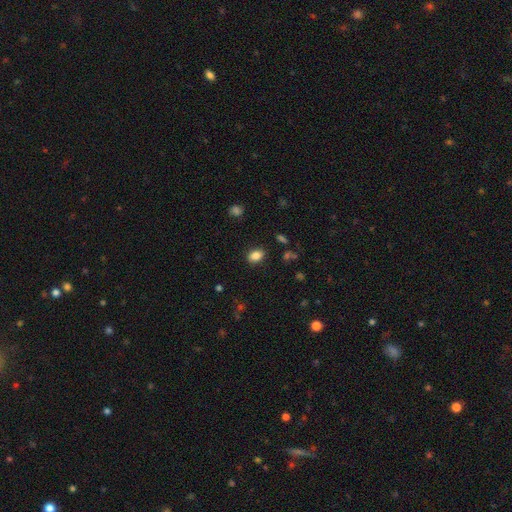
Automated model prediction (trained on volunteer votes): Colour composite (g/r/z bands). It shows a smooth galaxy with no disk features (84%) that is in between round and cigar-shaped (75%). Merging: none (87%).